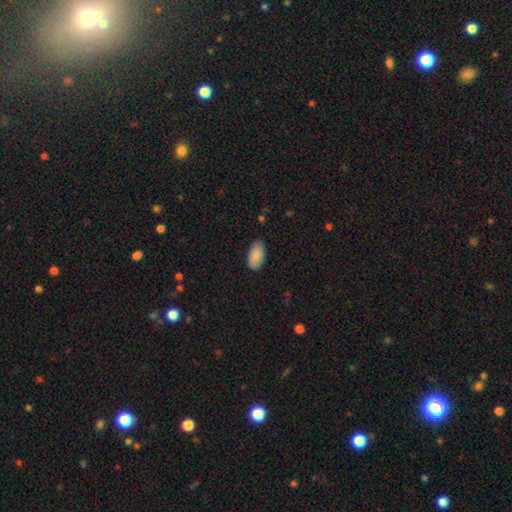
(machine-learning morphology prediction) A smooth galaxy with no disk features (89%) that is in between round and cigar-shaped (94%).

Vote fractions:
- Smooth or featured? smooth: 89% / star or artifact: 6% / featured or disk: 5%
- How rounded? in between: 94% / cigar-shaped: 4% / round: 2%
- Merging? none: 83% / minor disturbance: 14% / major disturbance: 2% / merger: 1%